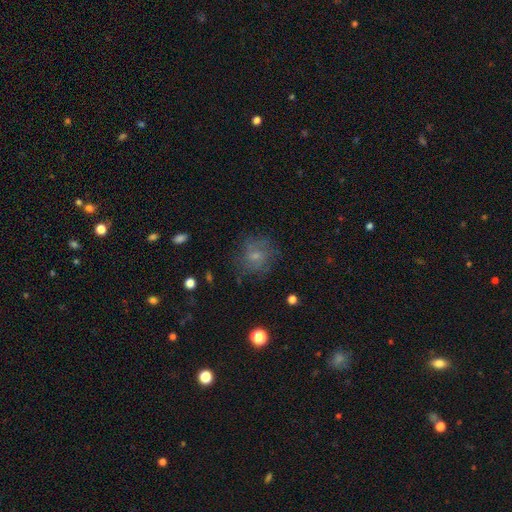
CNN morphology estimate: Smooth or featured? Predicted: smooth (p=0.56). How rounded? Predicted: round (p=0.80). Merging? Predicted: none (p=0.67).